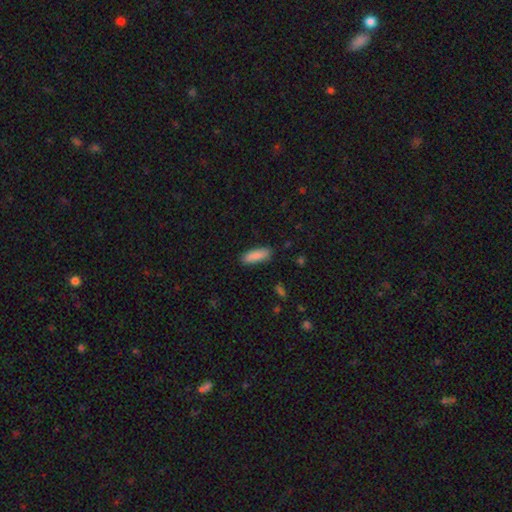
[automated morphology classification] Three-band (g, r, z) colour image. It shows a smooth galaxy with no disk features (88%) that is in between round and cigar-shaped (60%). Merging: none (87%).